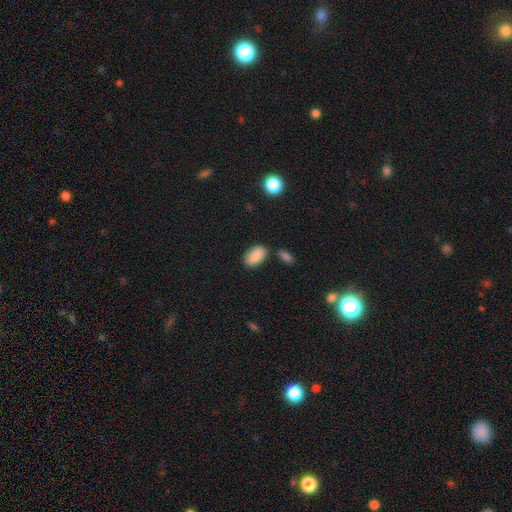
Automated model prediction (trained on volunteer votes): smooth_or_featured: smooth (p=0.88) [alt: star or artifact p=0.07]
how_rounded: in between (p=0.93) [alt: round p=0.05]
merging: none (p=0.75) [alt: minor disturbance p=0.13]